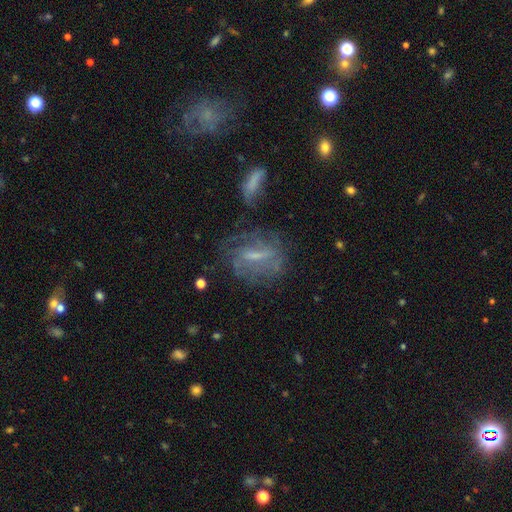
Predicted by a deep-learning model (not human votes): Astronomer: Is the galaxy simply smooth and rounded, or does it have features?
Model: featured or disk — 64%.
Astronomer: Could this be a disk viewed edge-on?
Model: no — 91%.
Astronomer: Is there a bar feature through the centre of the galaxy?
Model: weak — 47% (runner-up: strong, 30%).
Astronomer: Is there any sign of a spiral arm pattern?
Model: yes — 64%.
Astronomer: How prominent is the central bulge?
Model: small — 42% (runner-up: moderate, 29%).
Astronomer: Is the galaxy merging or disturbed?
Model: none — 55%.